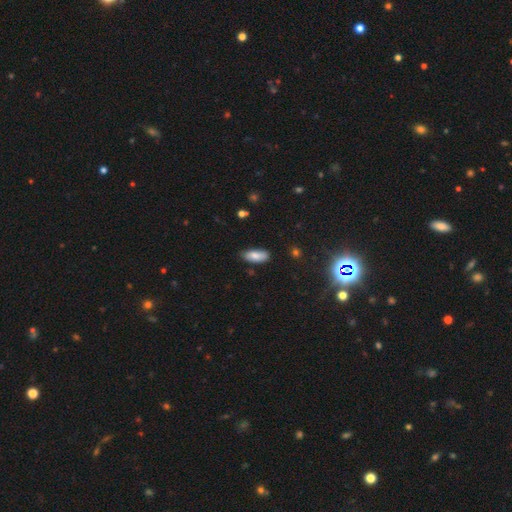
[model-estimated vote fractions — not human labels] Smooth or featured? Predicted: smooth (p=0.82). How rounded? Predicted: in between (p=0.84). Merging? Predicted: none (p=0.77).